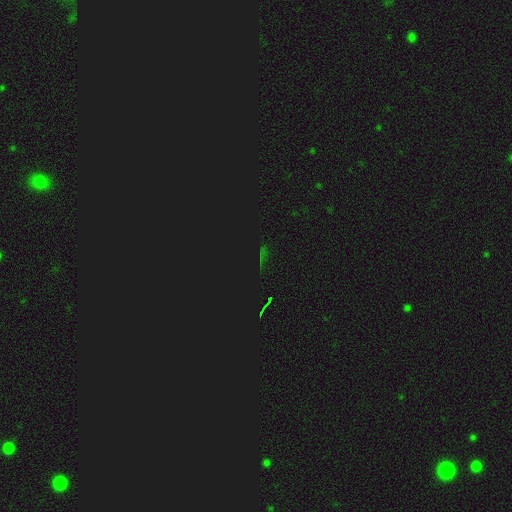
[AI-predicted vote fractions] Morphology: type=star or artifact (81%).